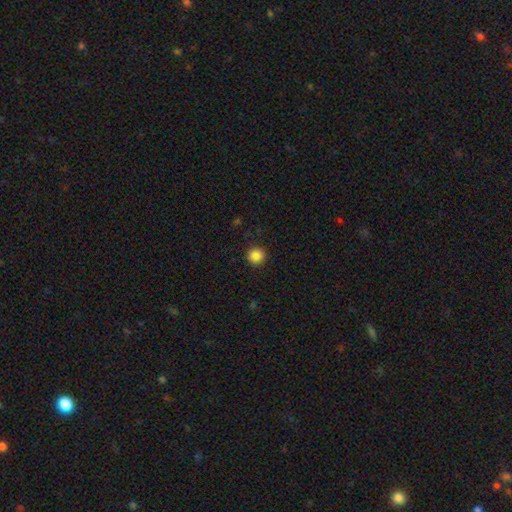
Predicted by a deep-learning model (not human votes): The model was most divided on "smooth or featured": smooth: 86%, star or artifact: 11%, featured or disk: 3%. More confident: how rounded — round (94%); merging — none (92%).